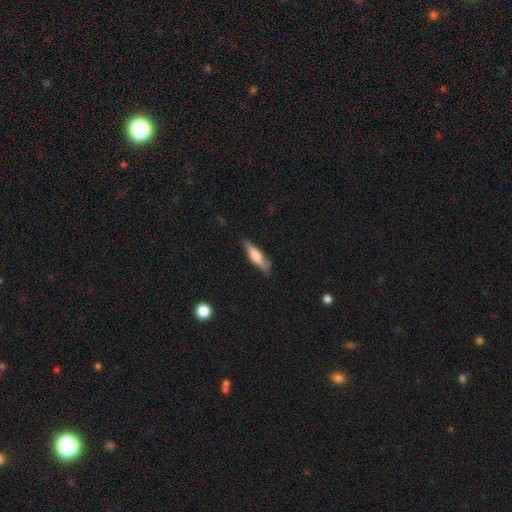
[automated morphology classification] Q: Smooth or featured?
A: smooth (60%); runner-up: featured or disk (34%)
Q: How rounded?
A: cigar-shaped (71%); runner-up: in between (27%)
Q: Merging?
A: none (77%); runner-up: minor disturbance (18%)